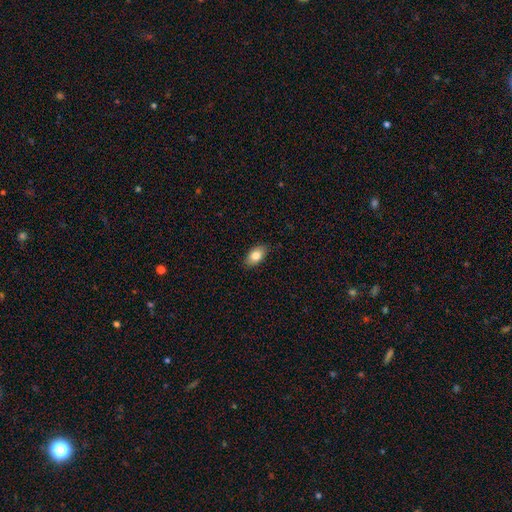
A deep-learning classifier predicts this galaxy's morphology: The model was most divided on "smooth or featured": smooth: 82%, featured or disk: 10%, star or artifact: 8%. More confident: how rounded — in between (90%); merging — none (86%).